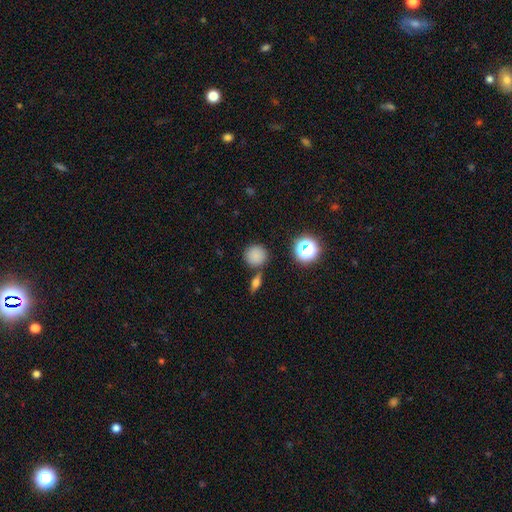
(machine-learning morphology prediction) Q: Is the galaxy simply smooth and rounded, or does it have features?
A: smooth — 79%.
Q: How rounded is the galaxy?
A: round — 91%.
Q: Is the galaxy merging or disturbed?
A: none — 77%.